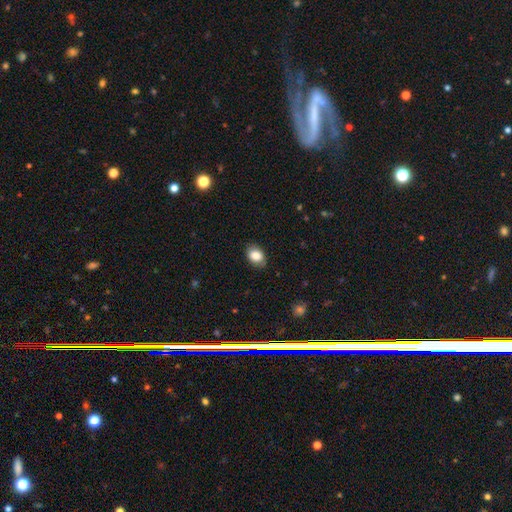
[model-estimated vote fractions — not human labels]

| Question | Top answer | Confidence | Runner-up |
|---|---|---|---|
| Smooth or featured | smooth | 84% | featured or disk (9%) |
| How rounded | in between | 81% | round (18%) |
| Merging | none | 83% | minor disturbance (13%) |